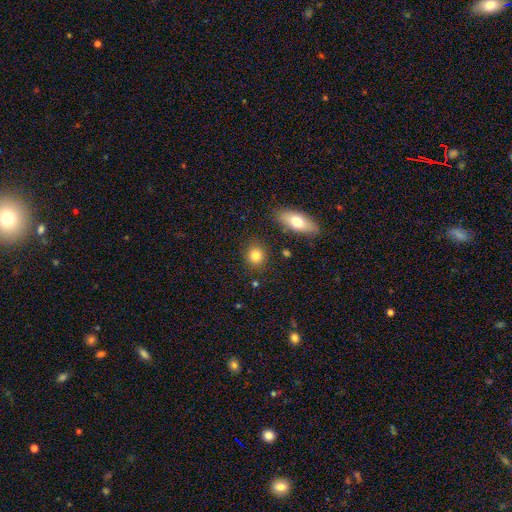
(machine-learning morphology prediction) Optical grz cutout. It shows a smooth galaxy with no disk features (83%) that is round (79%). Merging: none (86%).